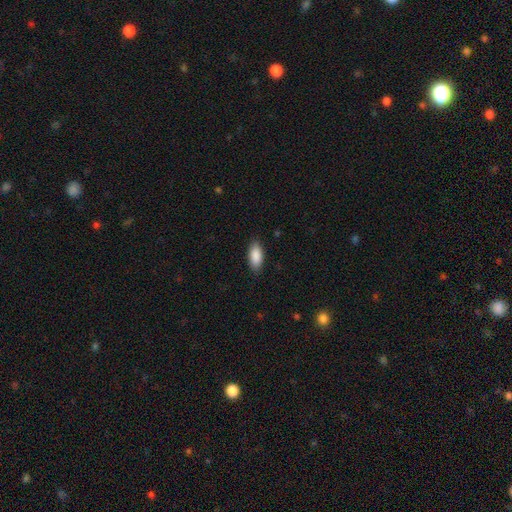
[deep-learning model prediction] Overall: smooth (89%). How rounded: in between (88%). Merging: none (86%).